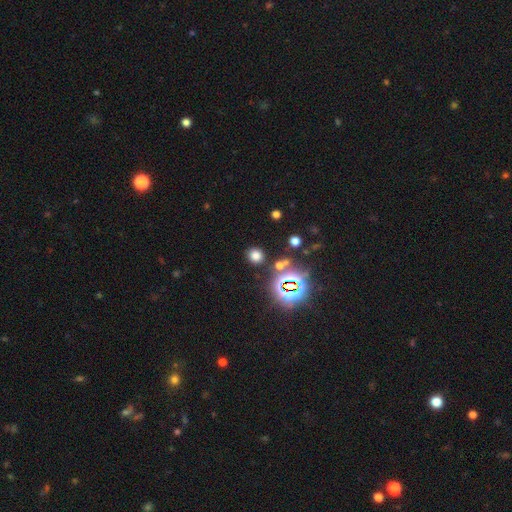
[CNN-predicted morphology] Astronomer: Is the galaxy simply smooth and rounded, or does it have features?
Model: smooth — 67%.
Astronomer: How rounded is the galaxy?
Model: round — 83%.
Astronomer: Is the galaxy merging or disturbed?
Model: none — 85%.